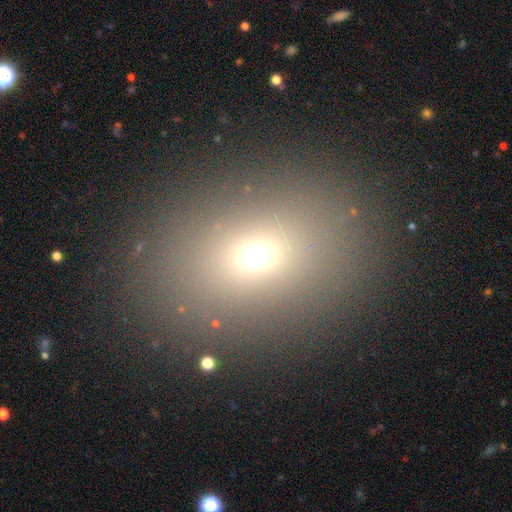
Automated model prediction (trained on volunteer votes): Smooth or featured: smooth — 68% (star or artifact — 20%)
How rounded: in between — 63% (round — 35%)
Merging: none — 86% (minor disturbance — 8%)